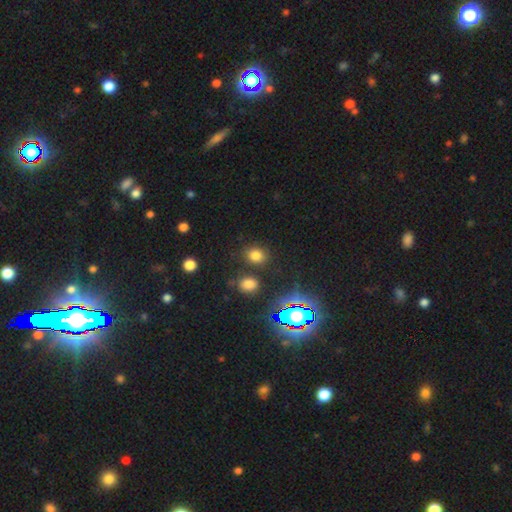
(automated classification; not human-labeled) Smooth or featured? smooth (74%)
How rounded? round (61%)
Merging? none (81%)